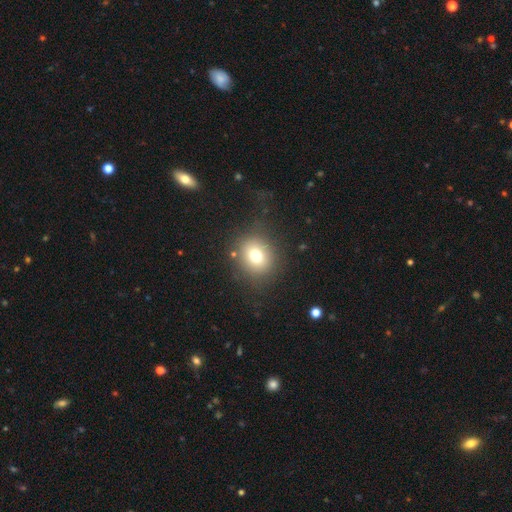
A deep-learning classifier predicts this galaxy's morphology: This appears to be a smooth galaxy with no disk features (74%) that is round (75%). Merging: none (83%).